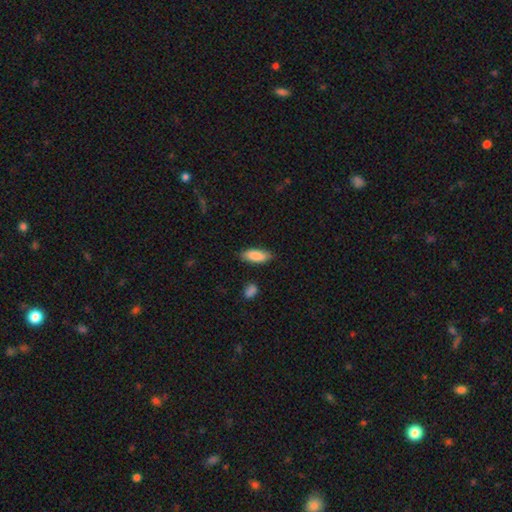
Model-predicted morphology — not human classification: Q: Smooth or featured?
A: smooth (88%); runner-up: featured or disk (6%)
Q: How rounded?
A: in between (77%); runner-up: cigar-shaped (21%)
Q: Merging?
A: none (81%); runner-up: minor disturbance (14%)